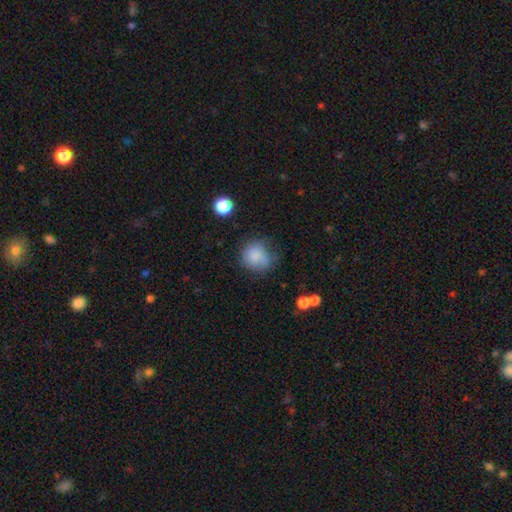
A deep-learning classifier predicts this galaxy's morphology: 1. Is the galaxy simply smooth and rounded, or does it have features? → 79% smooth, 11% featured or disk, 9% star or artifact.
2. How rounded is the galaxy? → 79% round, 20% in between, 1% cigar-shaped.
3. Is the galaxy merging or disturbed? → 55% none, 29% minor disturbance, 12% major disturbance, 3% merger.